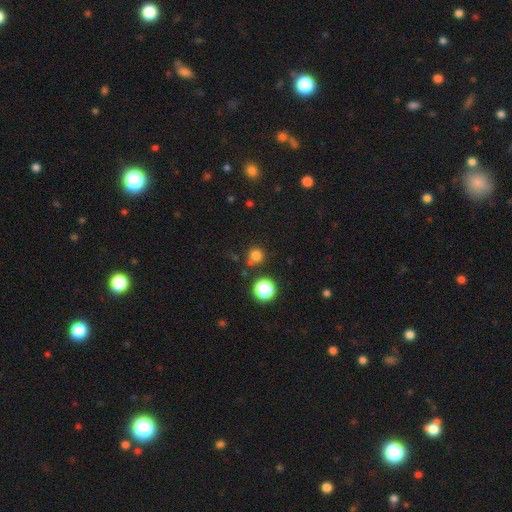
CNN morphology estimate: A smooth galaxy with no disk features (75%) that is round (93%). Merging: none (78%).